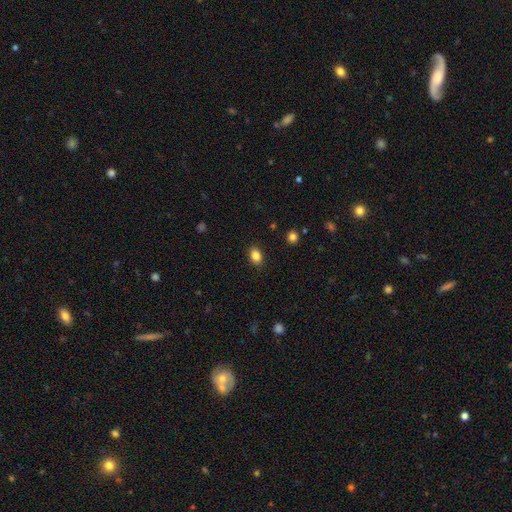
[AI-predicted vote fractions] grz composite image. It shows a smooth galaxy with no disk features (85%) that is in between round and cigar-shaped (77%). Merging: none (88%).